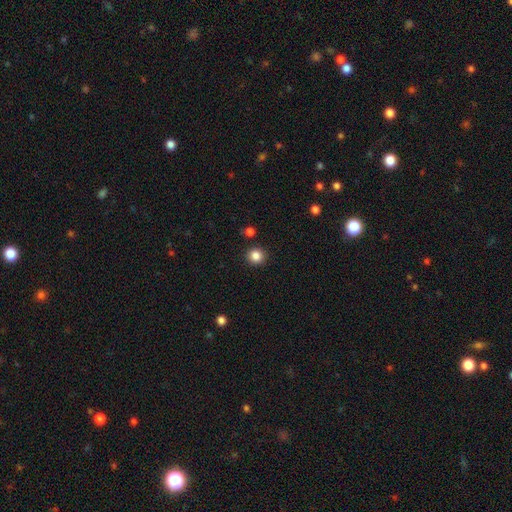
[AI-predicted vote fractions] smooth_or_featured: smooth (p=0.85) [alt: star or artifact p=0.11]
how_rounded: round (p=0.92) [alt: in between p=0.07]
merging: none (p=0.91) [alt: minor disturbance p=0.05]